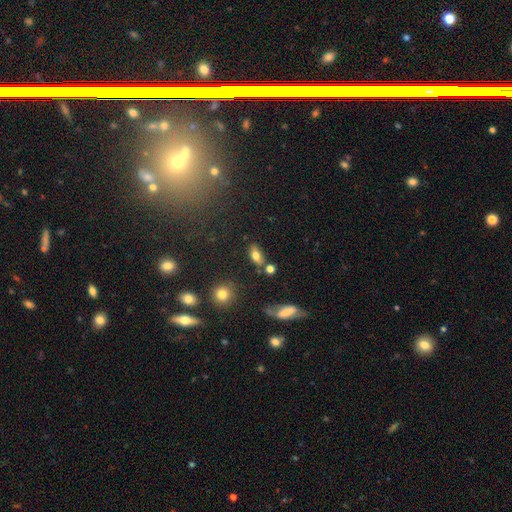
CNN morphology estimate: A smooth galaxy with no disk features (70%) that is in between round and cigar-shaped (82%).

Vote fractions:
- Smooth or featured? smooth: 70% / featured or disk: 19% / star or artifact: 11%
- How rounded? in between: 82% / cigar-shaped: 11% / round: 7%
- Merging? none: 70% / minor disturbance: 15% / merger: 11% / major disturbance: 4%